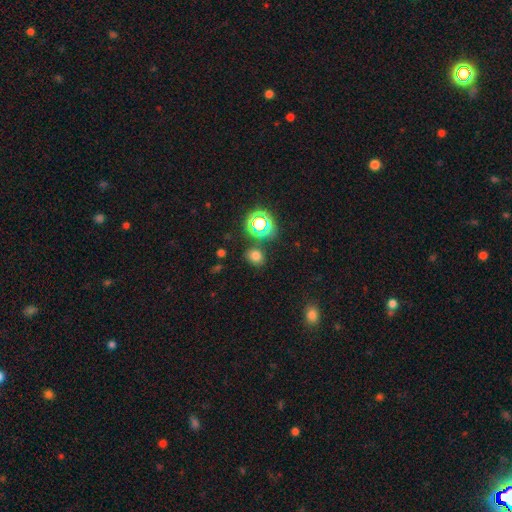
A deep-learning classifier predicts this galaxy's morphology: This is likely a smooth galaxy (71%). How rounded: likely round (61%). Merging: clearly none (80%).